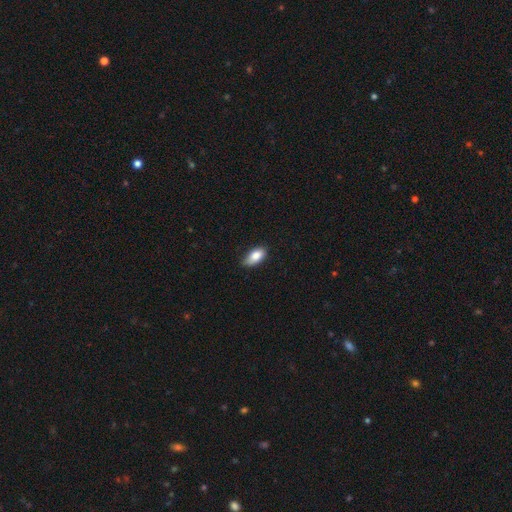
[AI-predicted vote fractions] Smooth or featured: smooth — 85% (featured or disk — 8%)
How rounded: in between — 91% (cigar-shaped — 6%)
Merging: none — 70% (minor disturbance — 26%)